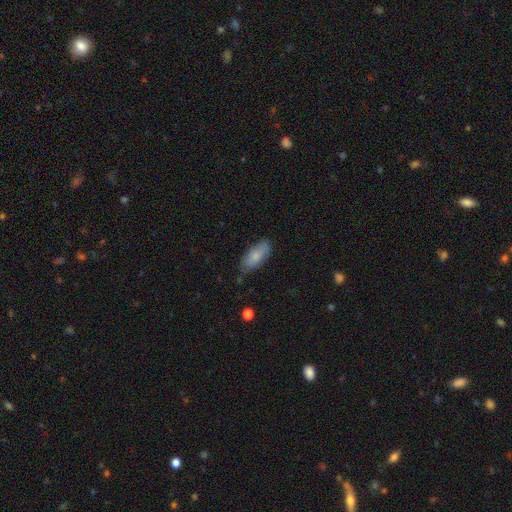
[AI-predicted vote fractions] Q: Smooth or featured?
A: smooth (80%); runner-up: featured or disk (14%)
Q: How rounded?
A: in between (84%); runner-up: cigar-shaped (14%)
Q: Merging?
A: none (72%); runner-up: minor disturbance (22%)